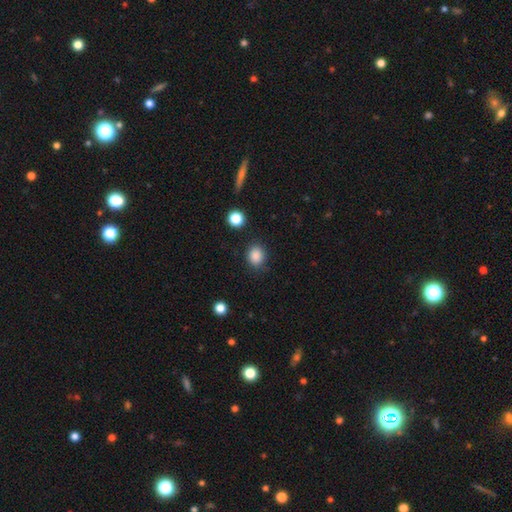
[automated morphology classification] Smooth or featured? smooth (86%)
How rounded? round (62%)
Merging? none (82%)